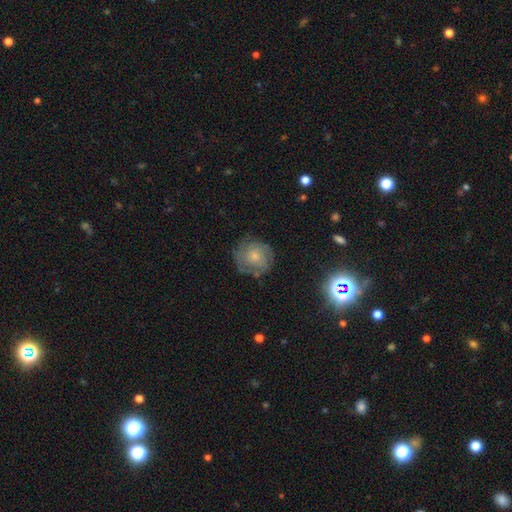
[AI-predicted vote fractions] Smooth or featured? featured or disk (54%)
Edge-on disk? no (97%)
Bar? no (80%)
Spiral arms? yes (84%)
Bulge size? small (49%)
Merging? none (78%)